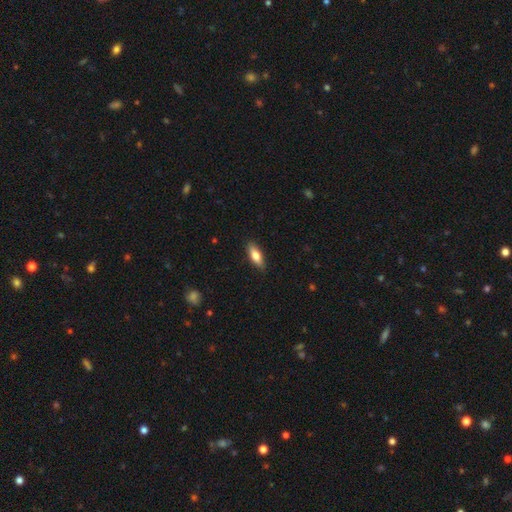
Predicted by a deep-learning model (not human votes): smooth-or-featured: smooth: 70% | featured or disk: 24% | star or artifact: 6%
  how-rounded: in between: 61% | cigar-shaped: 36% | round: 3%
  merging: none: 88% | minor disturbance: 9% | major disturbance: 2% | merger: 1%